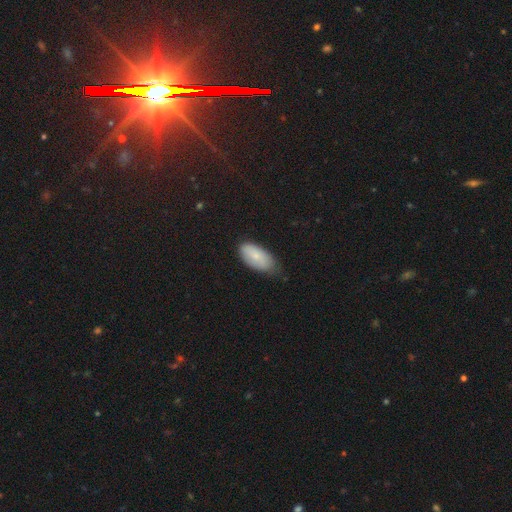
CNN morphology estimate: Smooth or featured? smooth (79%)
How rounded? in between (94%)
Merging? none (57%)